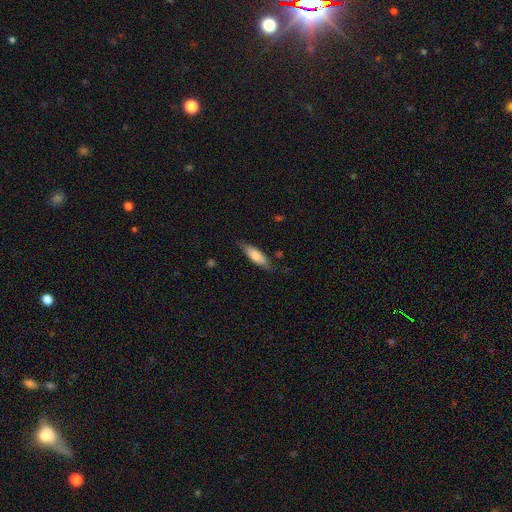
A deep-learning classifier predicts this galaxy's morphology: This appears to be a smooth galaxy with no disk features (69%) that is in between round and cigar-shaped (54%). Merging: none (73%).